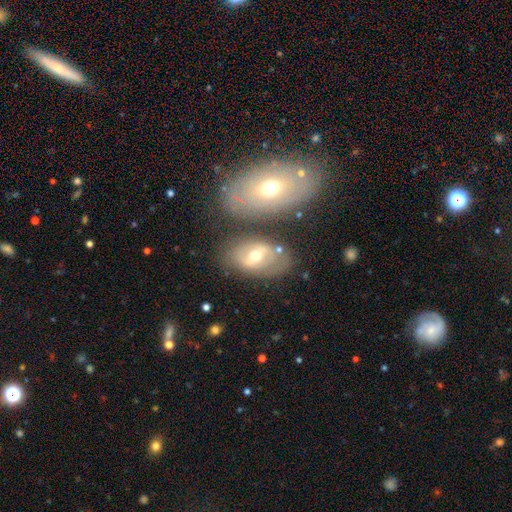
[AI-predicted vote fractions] Overall: featured or disk (55%; smooth 37%). Edge-on disk: no (89%). Merging: none (63%).